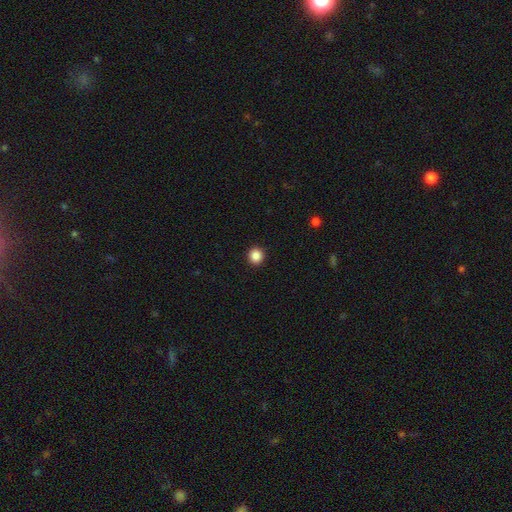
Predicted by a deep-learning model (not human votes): smooth-or-featured: smooth: 87% | star or artifact: 10% | featured or disk: 3%
  how-rounded: round: 93% | in between: 6% | cigar-shaped: 1%
  merging: none: 94% | minor disturbance: 4% | major disturbance: 2% | merger: 1%